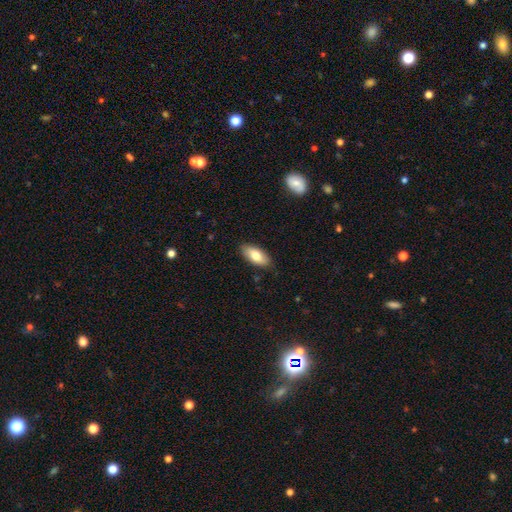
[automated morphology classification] This appears to be a smooth galaxy with no disk features (77%) that is in between round and cigar-shaped (89%). Merging: none (86%).